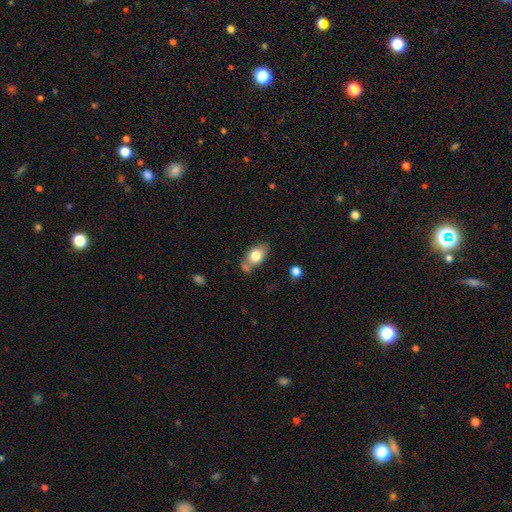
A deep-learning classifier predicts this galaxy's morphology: A smooth galaxy with no disk features (76%) that is in between round and cigar-shaped (85%). Merging: none (58%).